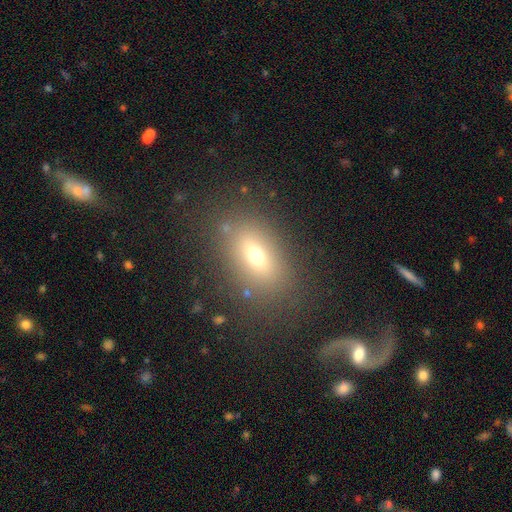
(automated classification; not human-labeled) This appears to be a smooth galaxy with no disk features (64%) that is in between round and cigar-shaped (79%). Merging: none (80%).